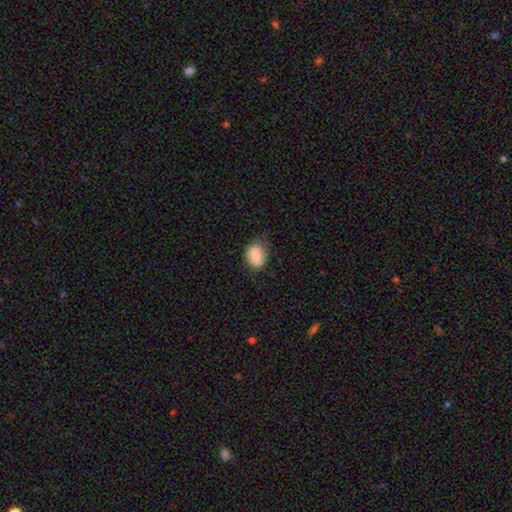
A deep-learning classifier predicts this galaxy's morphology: Overall: smooth (76%). How rounded: in between (61%; round 38%). Merging: none (58%; minor disturbance 30%).